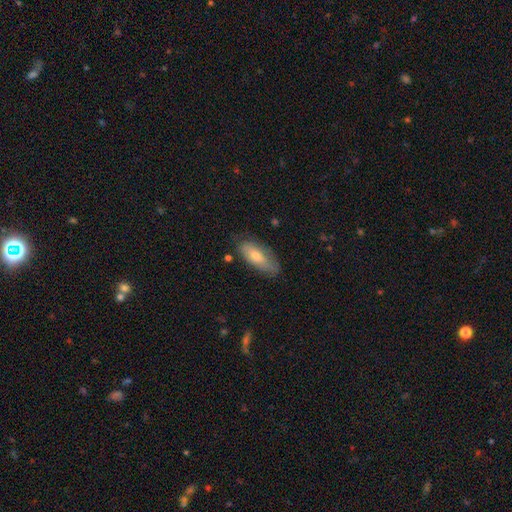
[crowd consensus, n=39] A smooth galaxy with no disk features (64%) that is in between round and cigar-shaped (76%). Merging: none (73%).